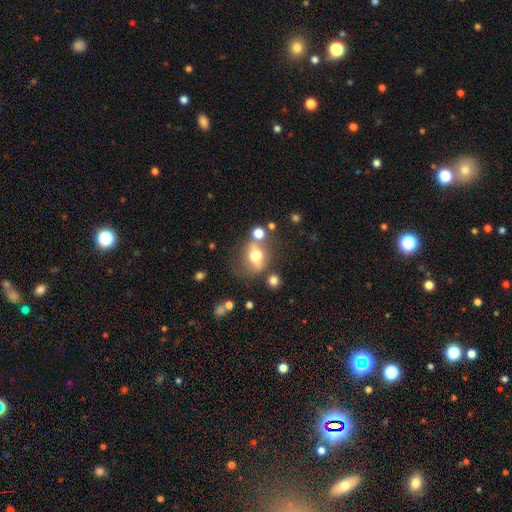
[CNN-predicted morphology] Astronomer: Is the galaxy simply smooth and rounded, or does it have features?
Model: smooth — 57%.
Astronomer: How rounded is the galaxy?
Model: in between — 57% (runner-up: round, 40%).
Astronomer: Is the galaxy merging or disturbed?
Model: none — 55%.